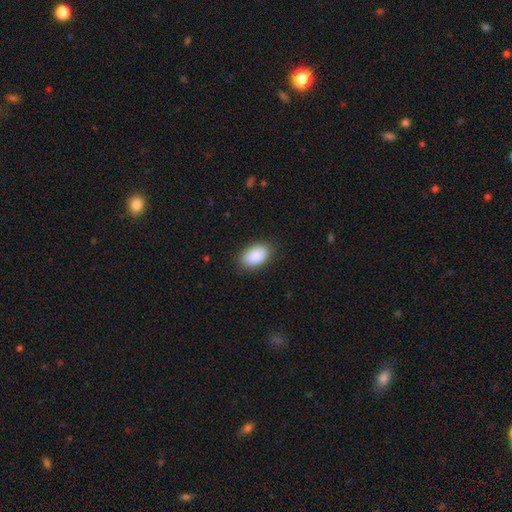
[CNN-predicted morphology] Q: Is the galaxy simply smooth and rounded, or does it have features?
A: smooth — 90%.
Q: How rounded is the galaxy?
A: in between — 93%.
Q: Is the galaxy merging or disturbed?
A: none — 87%.